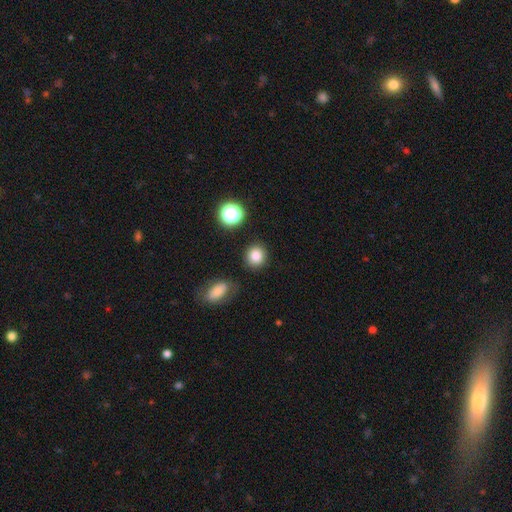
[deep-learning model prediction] Smooth or featured: smooth — 83% (star or artifact — 12%)
How rounded: round — 85% (in between — 14%)
Merging: none — 85% (minor disturbance — 9%)